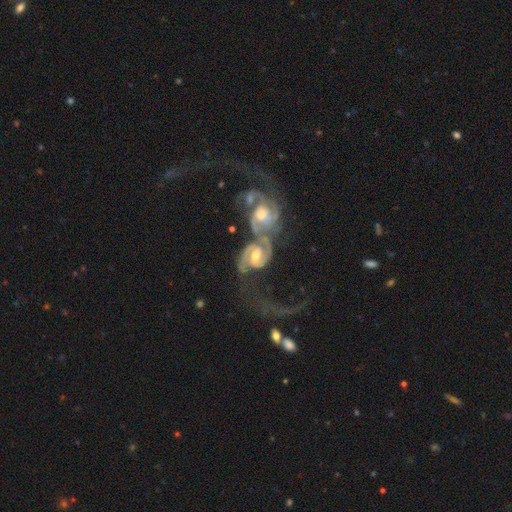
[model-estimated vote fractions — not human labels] A featured or disk galaxy (89%) with a weak bar (44%), 2 (79%) medium (43%) spiral arms (96%) and a moderate central bulge (69%).

Vote fractions:
- Smooth or featured? featured or disk: 89% / smooth: 7% / star or artifact: 5%
- Edge-on disk? no: 97% / yes: 3%
- Bar? weak: 44% / no: 37% / strong: 19%
- Spiral arms? yes: 96% / no: 4%
- Spiral winding? medium: 43% / tight: 37% / loose: 20%
- Spiral arm count? 2: 79% / can't tell: 9% / 1: 5% / 3: 3% / 4: 2% / more than 4: 2%
- Bulge size? moderate: 69% / small: 19% / large: 9% / none: 2% / dominant: 1%
- Merging? merger: 76% / major disturbance: 10% / none: 9% / minor disturbance: 5%